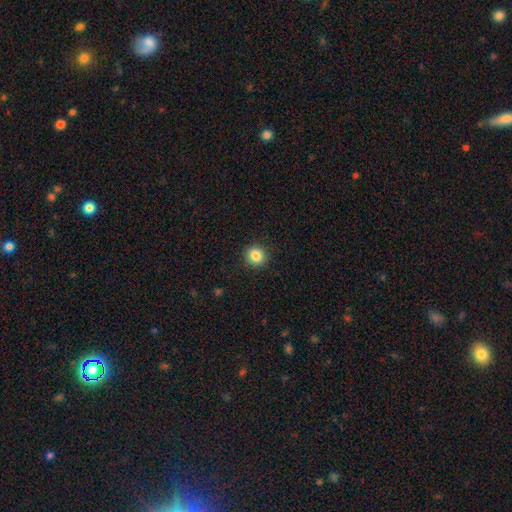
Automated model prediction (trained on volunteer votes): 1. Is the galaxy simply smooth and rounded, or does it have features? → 85% smooth, 10% star or artifact, 5% featured or disk.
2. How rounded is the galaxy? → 92% round, 7% in between, 1% cigar-shaped.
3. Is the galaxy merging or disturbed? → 92% none, 6% minor disturbance, 2% major disturbance, 1% merger.